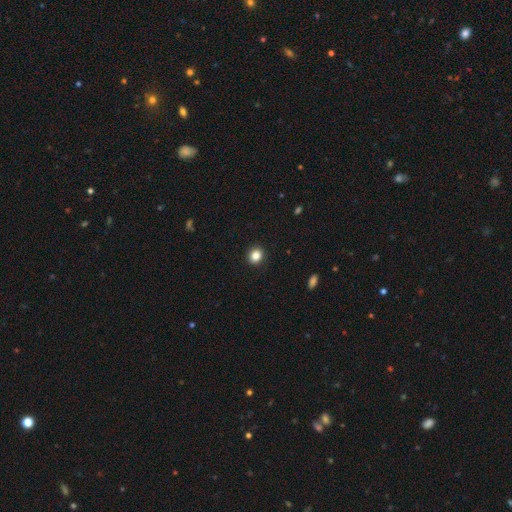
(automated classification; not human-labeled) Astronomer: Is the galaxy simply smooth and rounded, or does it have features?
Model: smooth — 86%.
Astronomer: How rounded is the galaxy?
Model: round — 79%.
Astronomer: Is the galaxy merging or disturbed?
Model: none — 92%.